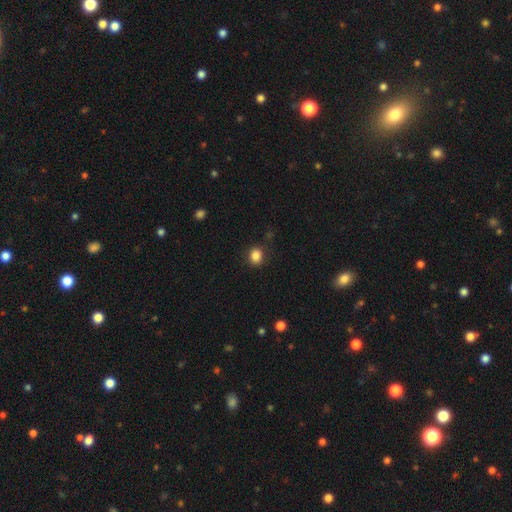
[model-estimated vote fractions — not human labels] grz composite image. It shows a smooth galaxy with no disk features (86%) that is round (70%). Merging: none (85%).